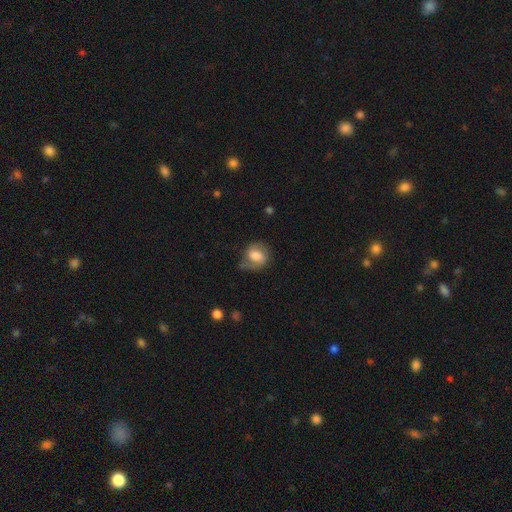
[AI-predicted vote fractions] This appears to be a smooth galaxy with no disk features (47%). Merging: none (55%).